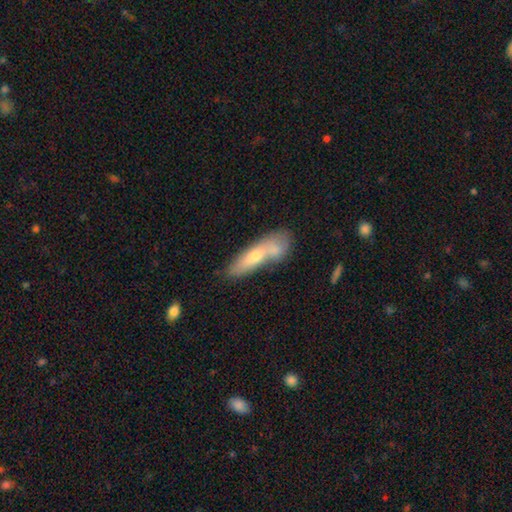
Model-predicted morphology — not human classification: A smooth galaxy with no disk features (59%) that is cigar-shaped (58%).

Vote fractions:
- Smooth or featured? smooth: 59% / featured or disk: 35% / star or artifact: 7%
- How rounded? cigar-shaped: 58% / in between: 38% / round: 3%
- Merging? merger: 40% / none: 39% / minor disturbance: 15% / major disturbance: 6%